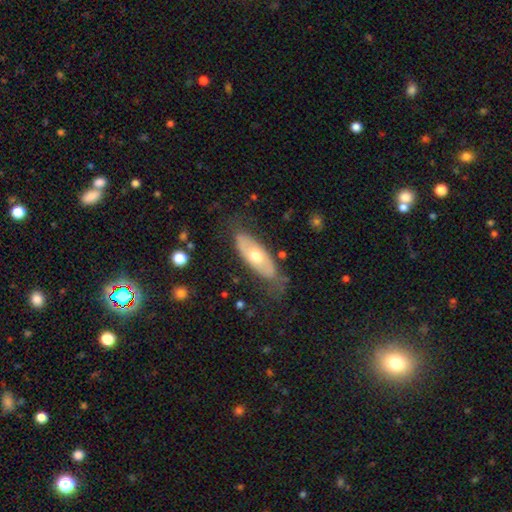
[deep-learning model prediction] A featured or disk galaxy (51%).

Vote fractions:
- Smooth or featured? featured or disk: 51% / smooth: 43% / star or artifact: 6%
- Edge-on disk? no: 74% / yes: 26%
- Merging? none: 69% / minor disturbance: 20% / major disturbance: 9% / merger: 2%